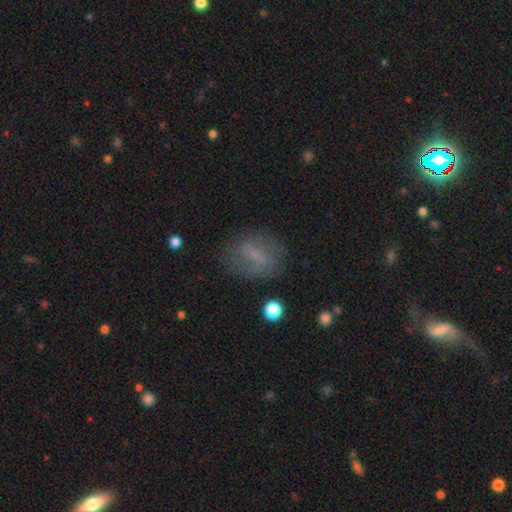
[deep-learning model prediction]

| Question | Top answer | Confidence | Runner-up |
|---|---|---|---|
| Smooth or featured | smooth | 57% | featured or disk (31%) |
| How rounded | in between | 66% | round (24%) |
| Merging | none | 71% | minor disturbance (17%) |